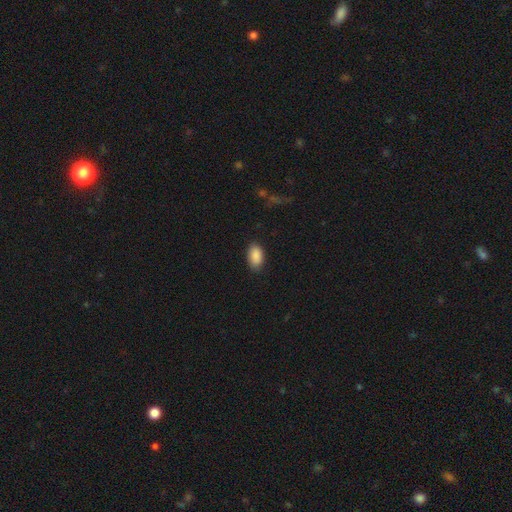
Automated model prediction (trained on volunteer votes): Smooth or featured? smooth (90%)
How rounded? in between (93%)
Merging? none (83%)